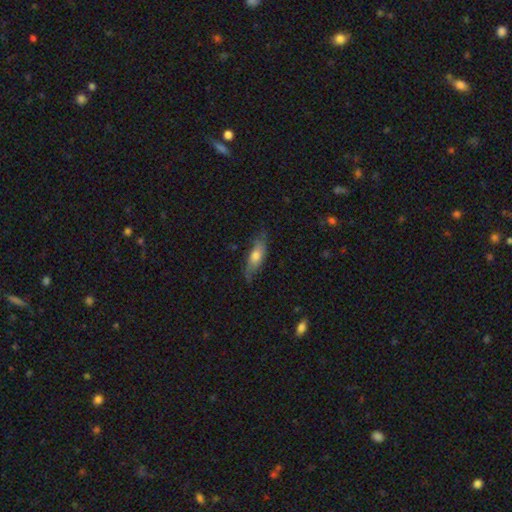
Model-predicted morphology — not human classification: type=smooth (57%); roundness=in between (54%); merging=none (66%).